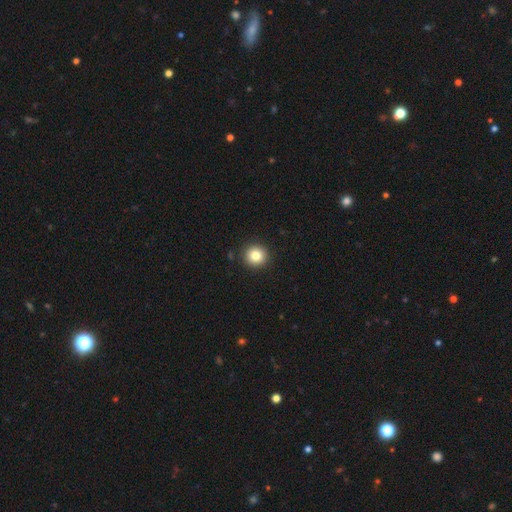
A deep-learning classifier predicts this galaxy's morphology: type=smooth (83%); roundness=round (94%); merging=none (92%).